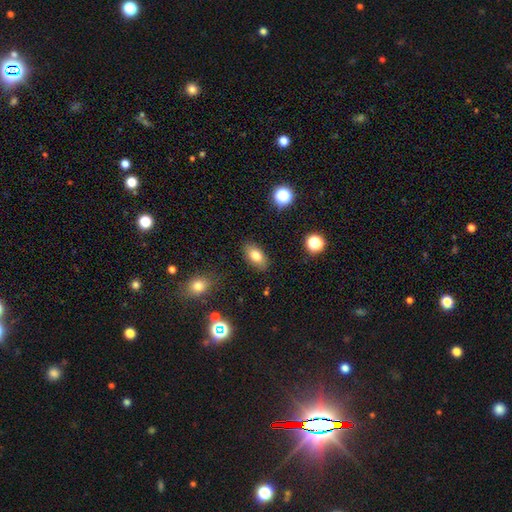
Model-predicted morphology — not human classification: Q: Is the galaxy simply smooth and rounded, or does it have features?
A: smooth — 77%.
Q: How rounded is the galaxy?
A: in between — 88%.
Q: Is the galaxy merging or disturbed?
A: none — 86%.